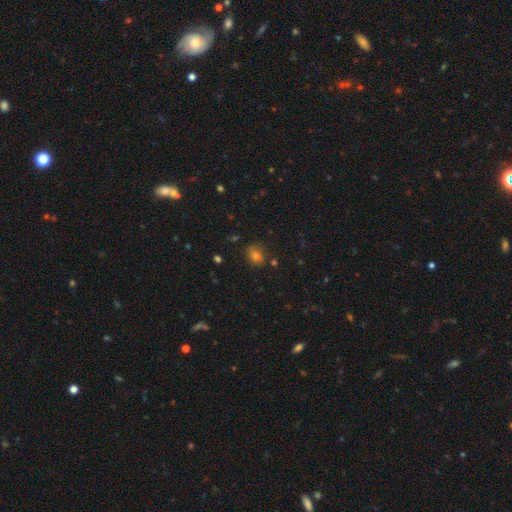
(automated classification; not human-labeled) This appears to be a smooth galaxy with no disk features (72%) that is round (56%). Merging: none (76%).